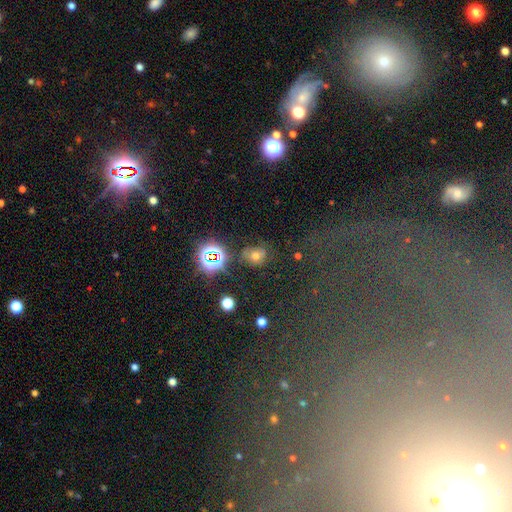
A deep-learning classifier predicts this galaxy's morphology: type=smooth (49%); merging=none (62%).